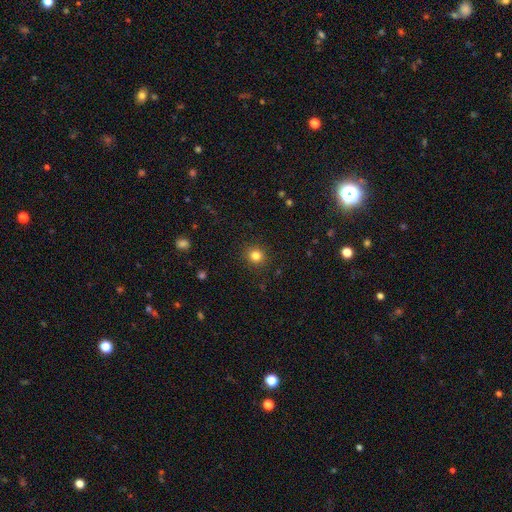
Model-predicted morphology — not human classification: The model was most divided on "smooth or featured": smooth: 82%, star or artifact: 13%, featured or disk: 5%. More confident: merging — none (91%); how rounded — round (89%).